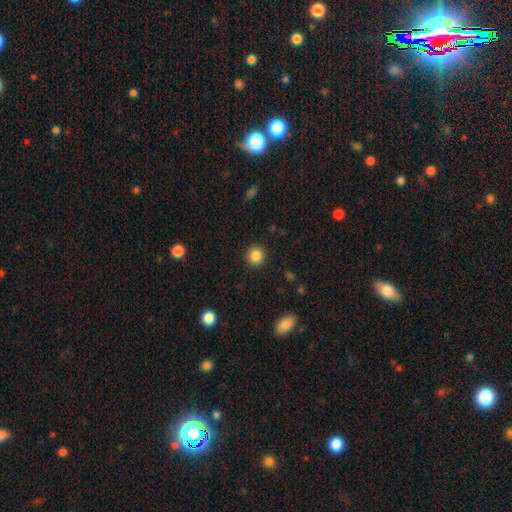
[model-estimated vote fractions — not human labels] Smooth or featured? Predicted: smooth (p=0.86). How rounded? Predicted: round (p=0.92). Merging? Predicted: none (p=0.91).